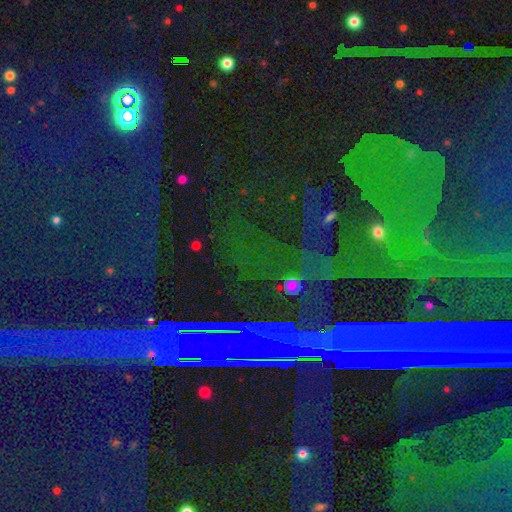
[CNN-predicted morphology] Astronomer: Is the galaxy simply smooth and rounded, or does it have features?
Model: star or artifact — 87%.